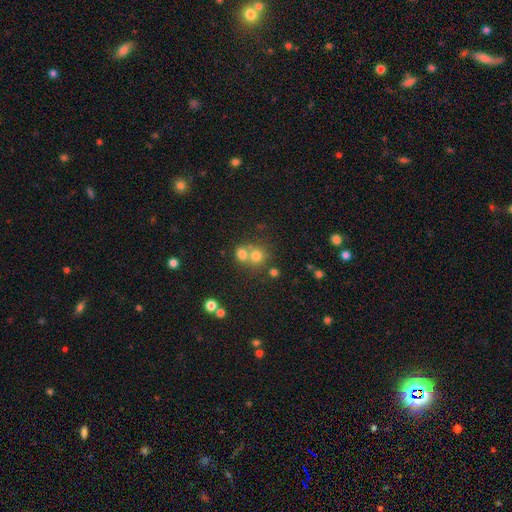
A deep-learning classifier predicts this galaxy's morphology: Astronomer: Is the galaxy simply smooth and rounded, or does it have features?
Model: smooth — 71%.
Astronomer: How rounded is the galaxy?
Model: round — 82%.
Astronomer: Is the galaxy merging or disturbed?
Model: merger — 49% (runner-up: none, 42%).